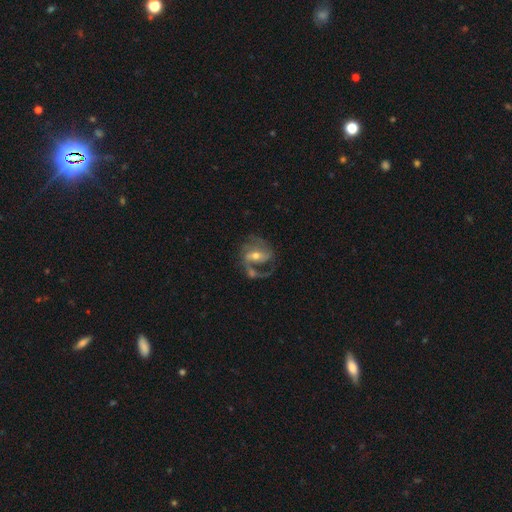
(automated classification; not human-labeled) Smooth or featured: featured or disk — 82% (smooth — 11%)
Edge-on disk: no — 97% (yes — 3%)
Bar: weak — 46% (strong — 28%)
Spiral arms: yes — 91% (no — 9%)
Spiral winding: medium — 48% (loose — 32%)
Spiral arm count: 2 — 58% (1 — 20%)
Bulge size: moderate — 60% (small — 34%)
Merging: none — 43% (major disturbance — 24%)